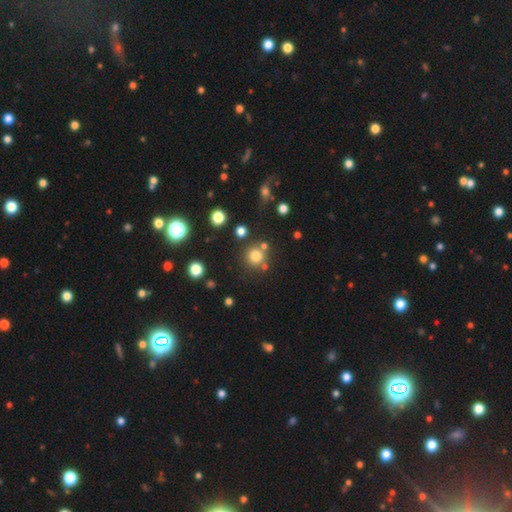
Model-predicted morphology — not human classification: smooth_or_featured: smooth (p=0.77) [alt: star or artifact p=0.15]
how_rounded: round (p=0.93) [alt: in between p=0.06]
merging: none (p=0.74) [alt: merger p=0.13]